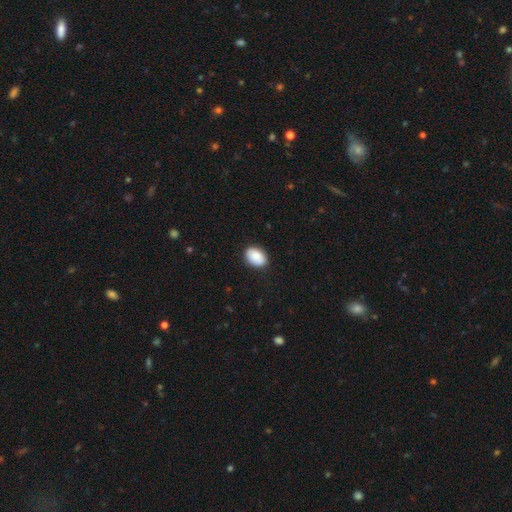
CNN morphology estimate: This is clearly a smooth galaxy (89%). How rounded: clearly in between (82%). Merging: clearly none (87%).